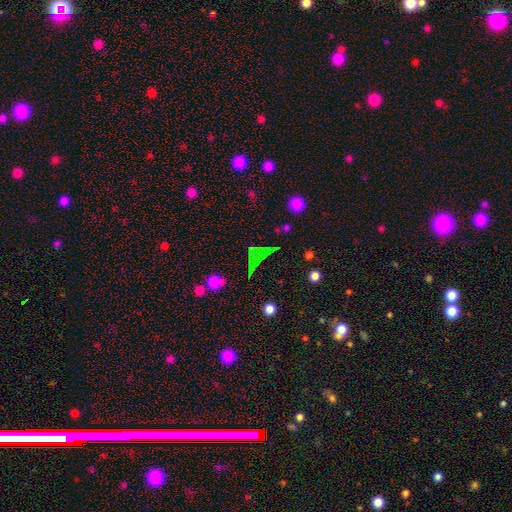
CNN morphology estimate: Q: Smooth or featured?
A: star or artifact (57%); runner-up: smooth (30%)